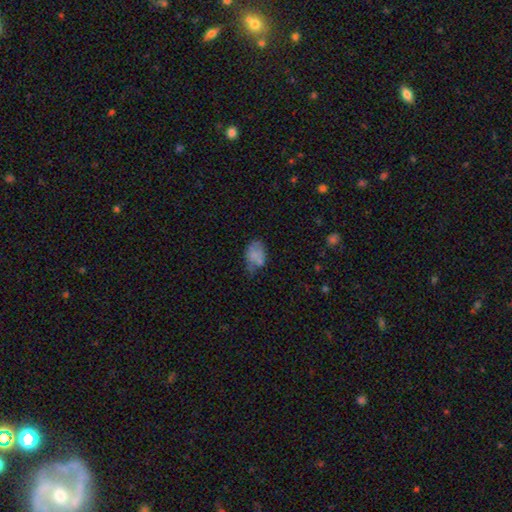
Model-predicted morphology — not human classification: type=smooth (68%); roundness=in between (79%); merging=none (36%).